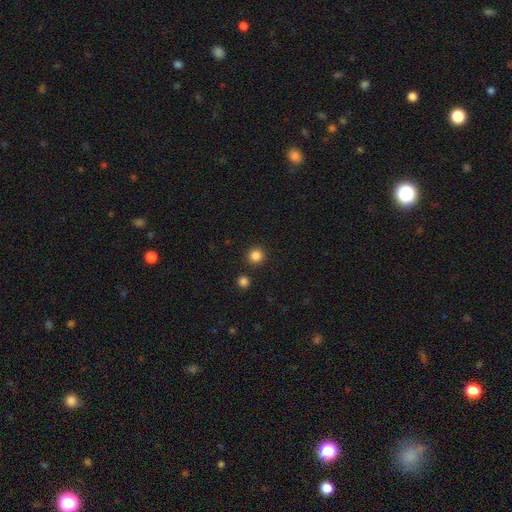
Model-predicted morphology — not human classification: Smooth or featured? Predicted: smooth (p=0.85). How rounded? Predicted: round (p=0.94). Merging? Predicted: none (p=0.90).